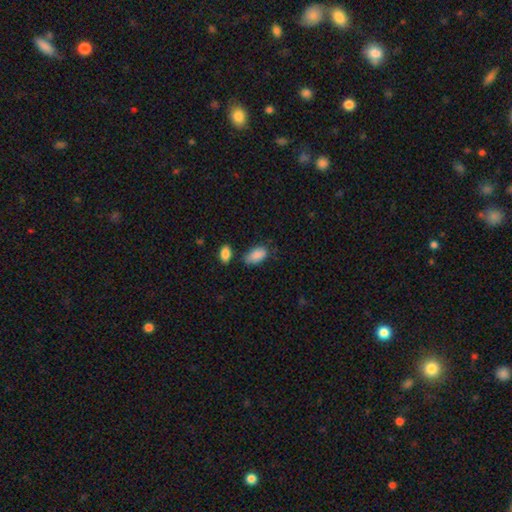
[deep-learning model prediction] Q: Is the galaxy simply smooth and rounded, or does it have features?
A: smooth — 89%.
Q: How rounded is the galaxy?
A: in between — 94%.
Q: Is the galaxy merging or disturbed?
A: none — 66%.